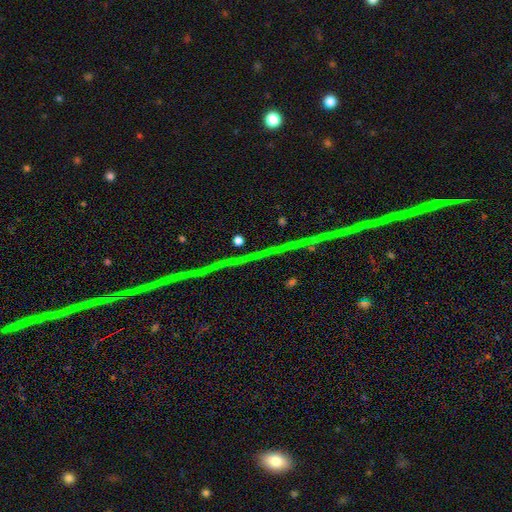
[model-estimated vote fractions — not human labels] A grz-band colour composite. It shows a star or artifact, not a galaxy (84%).